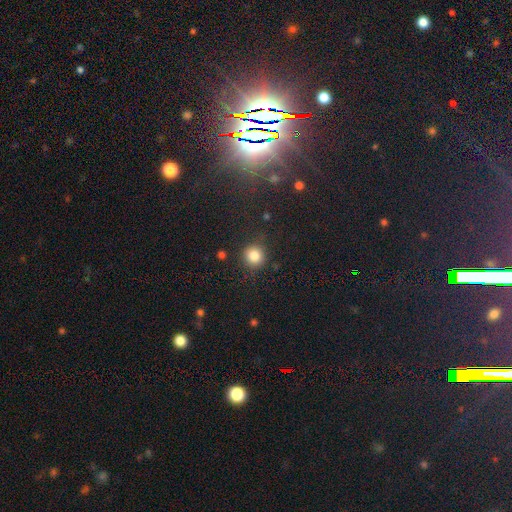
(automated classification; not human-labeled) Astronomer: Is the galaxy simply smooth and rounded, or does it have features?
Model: smooth — 78%.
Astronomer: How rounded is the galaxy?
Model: round — 93%.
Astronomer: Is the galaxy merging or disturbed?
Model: none — 89%.